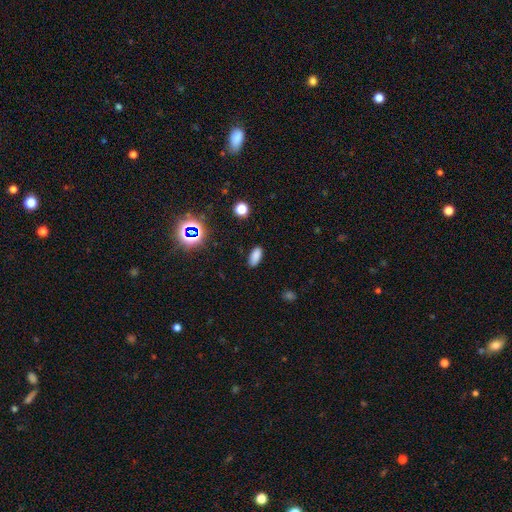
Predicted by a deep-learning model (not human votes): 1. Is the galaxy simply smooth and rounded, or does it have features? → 82% smooth, 13% star or artifact, 5% featured or disk.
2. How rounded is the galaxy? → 87% in between, 10% cigar-shaped, 3% round.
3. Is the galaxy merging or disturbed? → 87% none, 9% minor disturbance, 2% major disturbance, 1% merger.